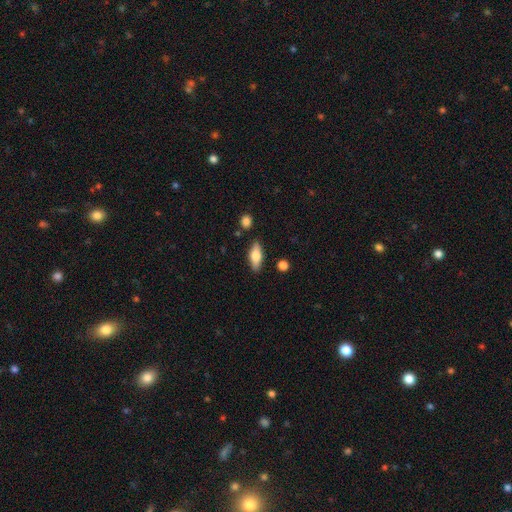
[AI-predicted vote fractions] A smooth galaxy with no disk features (72%) that is in between round and cigar-shaped (76%). Merging: none (84%).